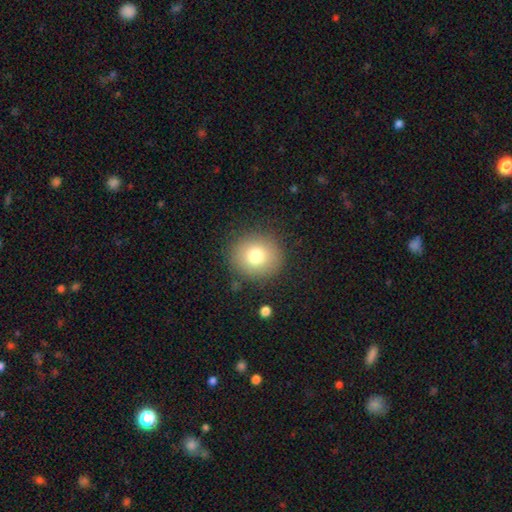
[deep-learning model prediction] Smooth or featured: smooth — 78% (featured or disk — 11%)
How rounded: round — 86% (in between — 13%)
Merging: none — 87% (minor disturbance — 8%)